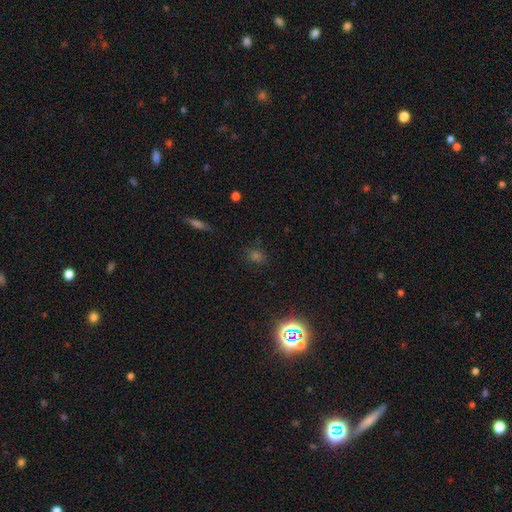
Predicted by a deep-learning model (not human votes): Smooth or featured? smooth (48%)
Merging? none (83%)